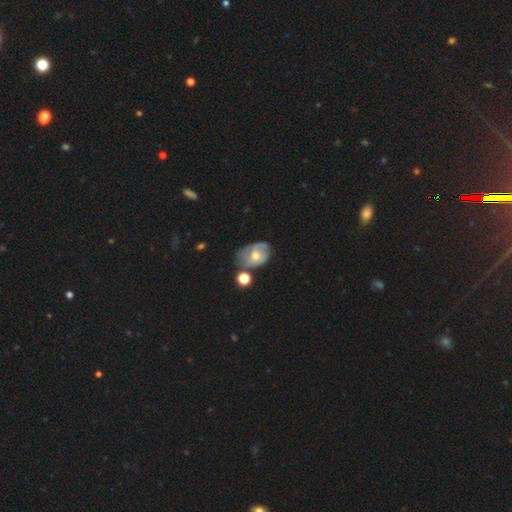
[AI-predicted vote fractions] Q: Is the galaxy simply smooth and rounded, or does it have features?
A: featured or disk — 48%.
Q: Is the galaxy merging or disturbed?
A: none — 40%.